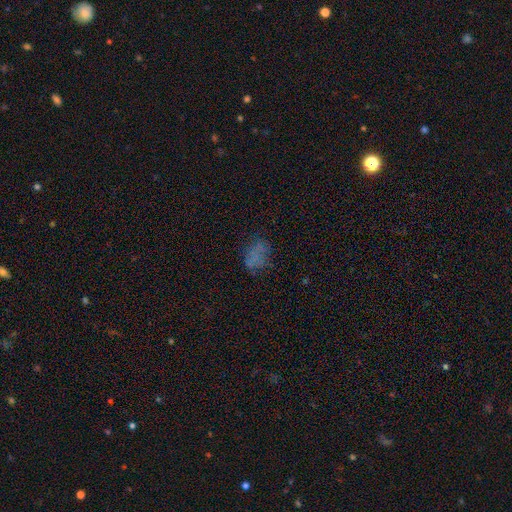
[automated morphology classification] A smooth galaxy with no disk features (58%) that is in between round and cigar-shaped (76%).

Vote fractions:
- Smooth or featured? smooth: 58% / star or artifact: 23% / featured or disk: 20%
- How rounded? in between: 76% / round: 22% / cigar-shaped: 2%
- Merging? none: 59% / minor disturbance: 21% / major disturbance: 15% / merger: 5%